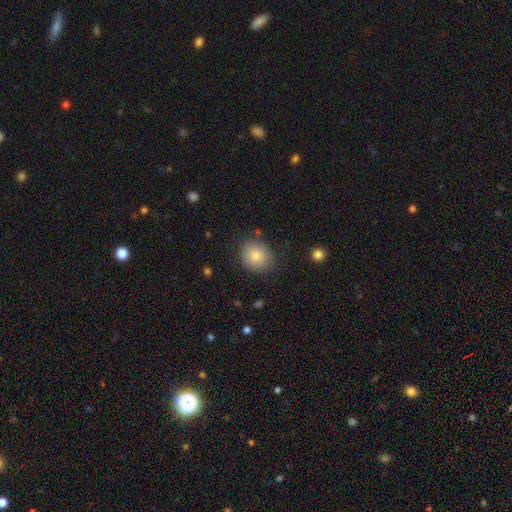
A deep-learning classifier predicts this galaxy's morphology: This is likely a smooth galaxy (80%). How rounded: likely round (73%). Merging: clearly none (81%).